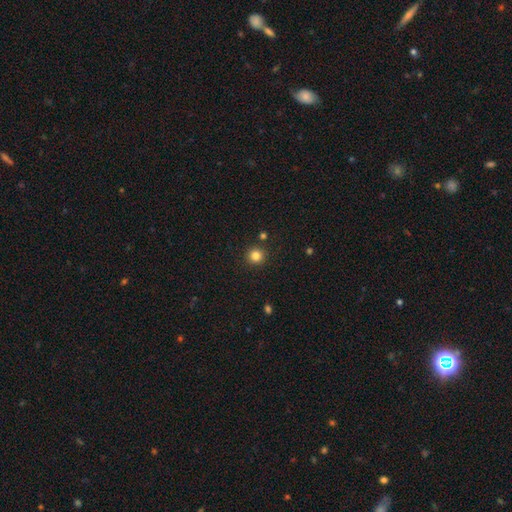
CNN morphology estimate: A smooth galaxy with no disk features (82%) that is round (94%).

Vote fractions:
- Smooth or featured? smooth: 82% / star or artifact: 13% / featured or disk: 5%
- How rounded? round: 94% / in between: 5% / cigar-shaped: 1%
- Merging? none: 90% / minor disturbance: 5% / merger: 3% / major disturbance: 2%